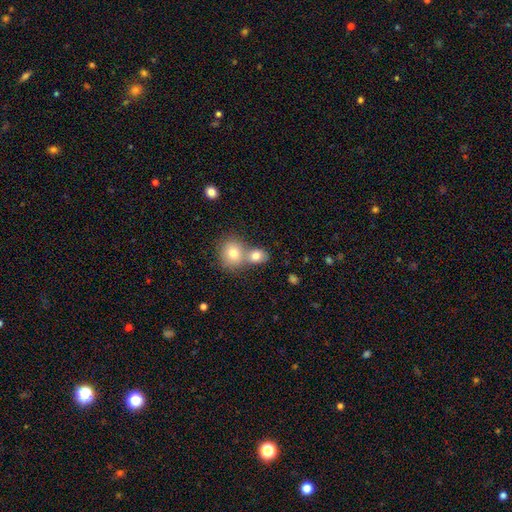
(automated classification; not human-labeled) Morphology: type=smooth (78%); roundness=round (53%); merging=merger (53%).